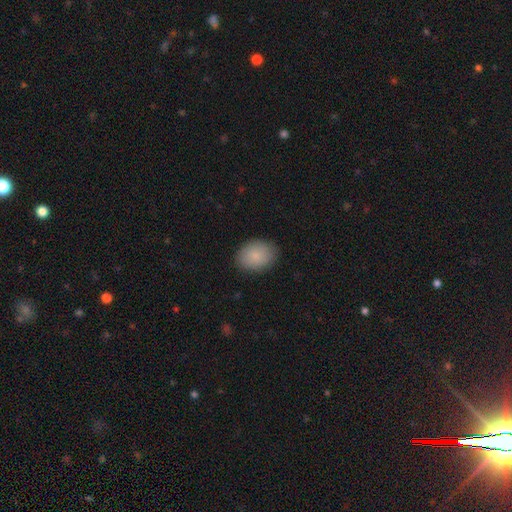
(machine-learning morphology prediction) This is clearly a smooth galaxy (87%). How rounded: likely in between (61%). Merging: clearly none (86%).